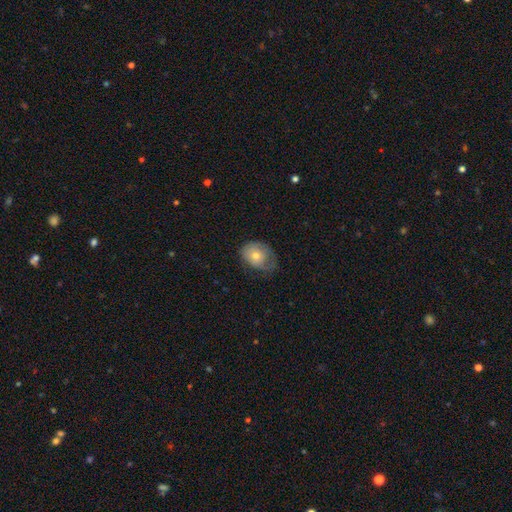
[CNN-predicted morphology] Overall: smooth (62%; featured or disk 30%). How rounded: in between (56%; round 43%). Merging: none (45%; minor disturbance 34%).